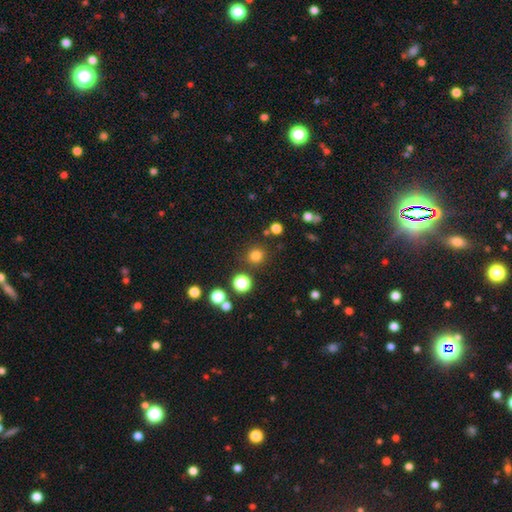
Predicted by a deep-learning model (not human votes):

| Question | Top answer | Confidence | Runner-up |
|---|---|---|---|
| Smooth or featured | smooth | 79% | star or artifact (17%) |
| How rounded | round | 93% | in between (6%) |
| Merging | none | 87% | minor disturbance (7%) |